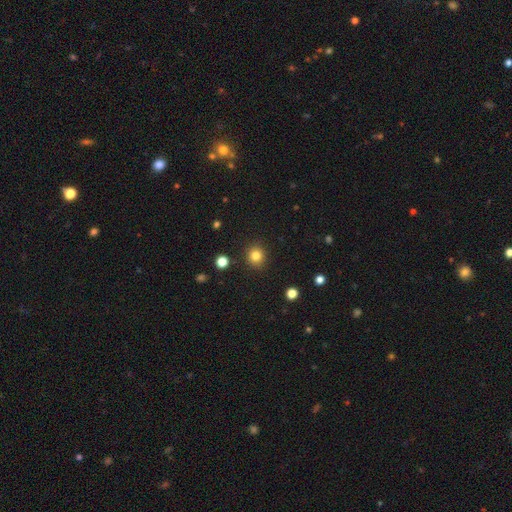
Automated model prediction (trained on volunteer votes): Smooth or featured? Predicted: smooth (p=0.82). How rounded? Predicted: round (p=0.89). Merging? Predicted: none (p=0.90).